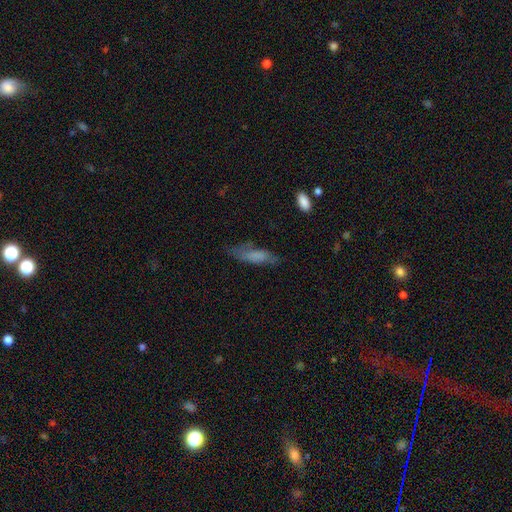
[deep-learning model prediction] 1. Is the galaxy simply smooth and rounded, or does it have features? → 67% smooth, 24% featured or disk, 9% star or artifact.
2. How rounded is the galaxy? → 57% cigar-shaped, 41% in between, 2% round.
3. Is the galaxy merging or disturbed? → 58% none, 27% minor disturbance, 12% major disturbance, 3% merger.